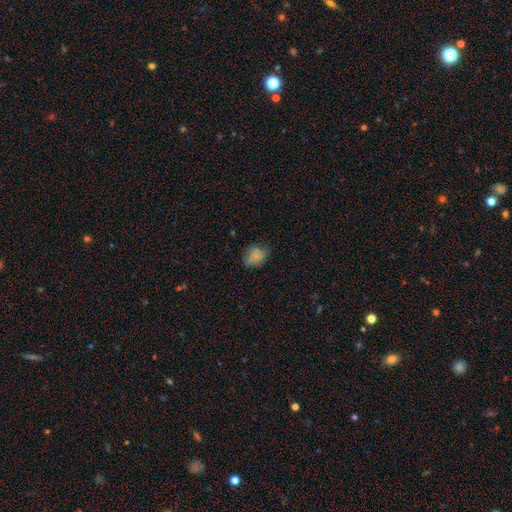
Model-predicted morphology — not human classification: Overall: smooth (77%). How rounded: in between (56%; round 43%). Merging: none (67%).